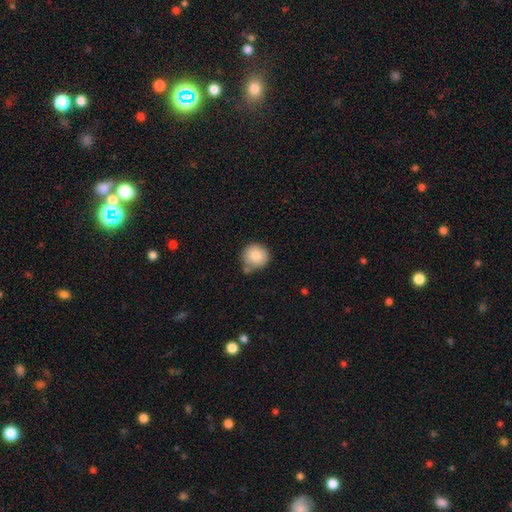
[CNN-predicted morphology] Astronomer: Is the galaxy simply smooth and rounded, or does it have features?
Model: smooth — 86%.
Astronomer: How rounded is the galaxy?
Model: round — 92%.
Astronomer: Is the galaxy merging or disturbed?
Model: none — 68%.